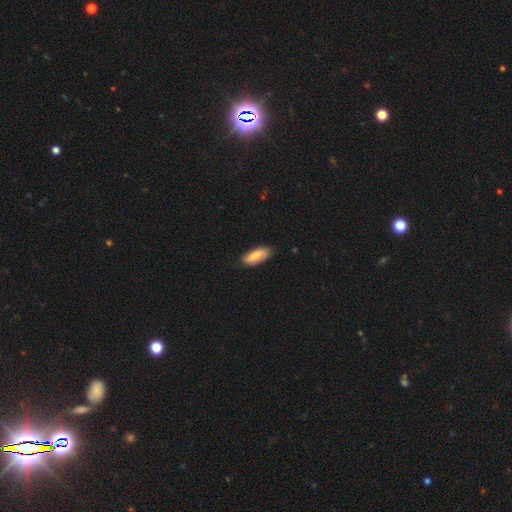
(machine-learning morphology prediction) smooth_or_featured: smooth (p=0.72) [alt: featured or disk p=0.22]
how_rounded: in between (p=0.81) [alt: cigar-shaped p=0.17]
merging: none (p=0.84) [alt: minor disturbance p=0.13]